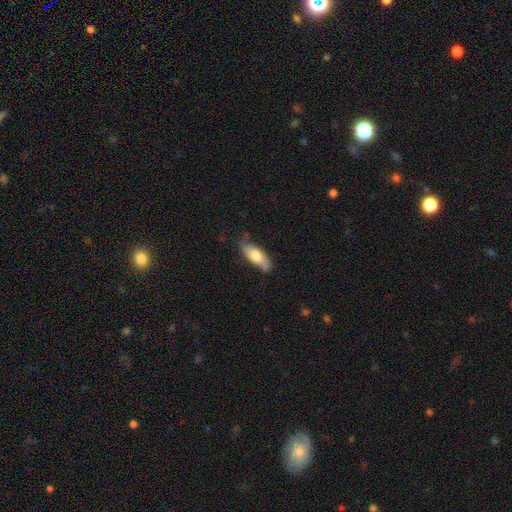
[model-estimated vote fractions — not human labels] Smooth or featured? Predicted: smooth (p=0.71). How rounded? Predicted: in between (p=0.73). Merging? Predicted: none (p=0.68).